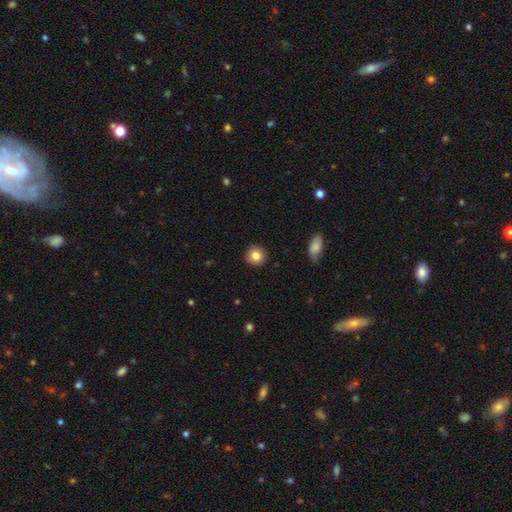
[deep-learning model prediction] A smooth galaxy with no disk features (83%) that is round (91%). Merging: none (91%).